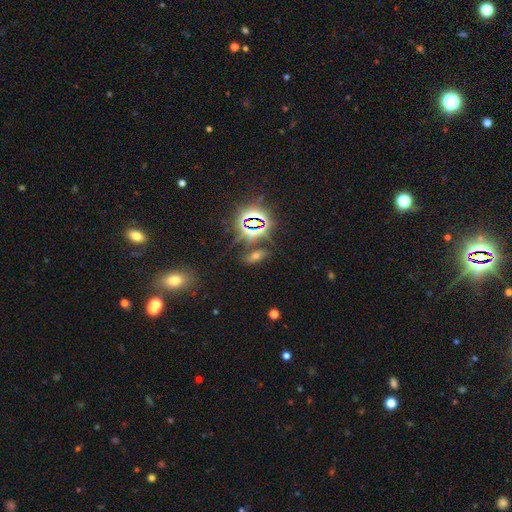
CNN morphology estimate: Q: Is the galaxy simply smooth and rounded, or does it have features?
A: star or artifact — 46%.